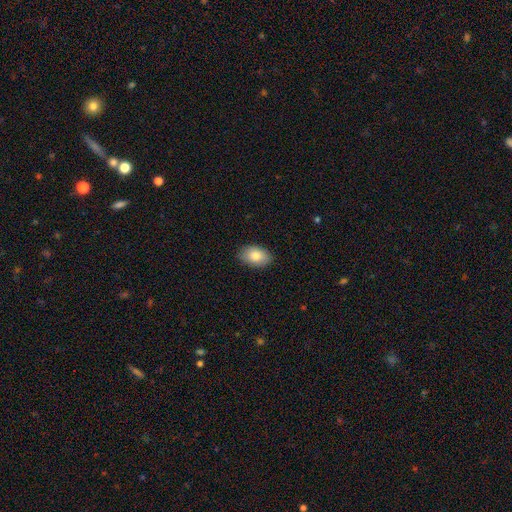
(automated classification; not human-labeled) smooth_or_featured: smooth (p=0.82) [alt: featured or disk p=0.11]
how_rounded: in between (p=0.88) [alt: round p=0.11]
merging: none (p=0.86) [alt: minor disturbance p=0.11]